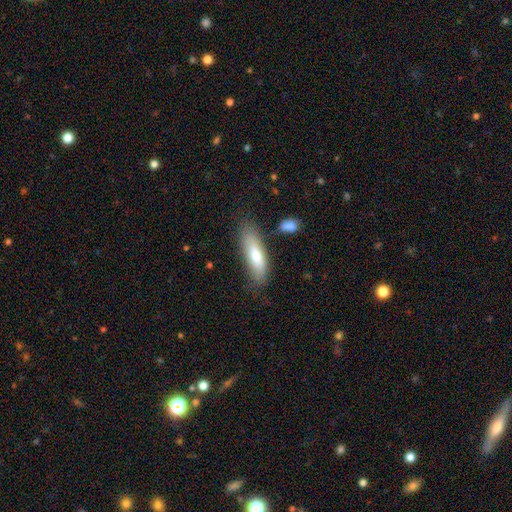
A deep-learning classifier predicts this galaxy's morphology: type=smooth (70%); roundness=in between (51%); merging=none (72%).